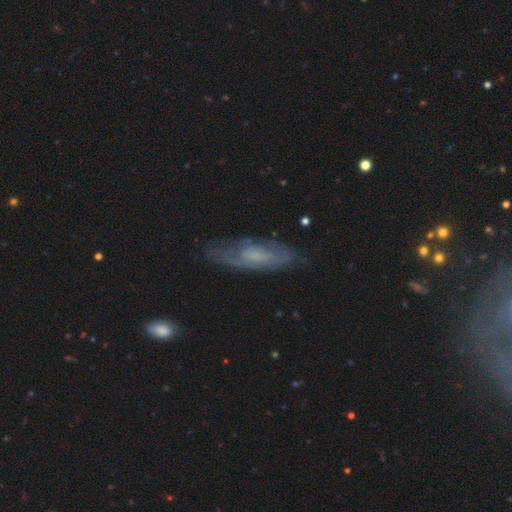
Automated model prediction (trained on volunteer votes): This appears to be a featured or disk galaxy (60%). Merging: none (67%).